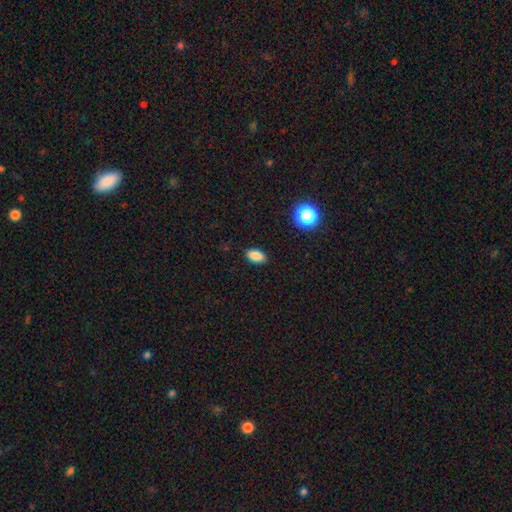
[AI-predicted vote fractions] smooth-or-featured: smooth: 86% | star or artifact: 10% | featured or disk: 4%
  how-rounded: in between: 90% | round: 7% | cigar-shaped: 2%
  merging: none: 88% | minor disturbance: 9% | major disturbance: 2% | merger: 1%